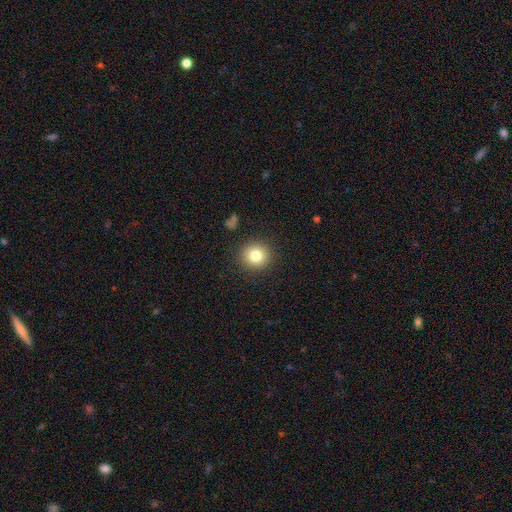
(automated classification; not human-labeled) The model was most divided on "smooth or featured": smooth: 80%, star or artifact: 11%, featured or disk: 9%. More confident: how rounded — round (91%); merging — none (90%).